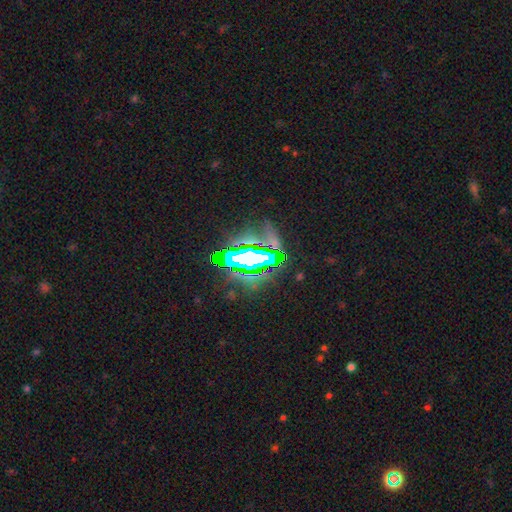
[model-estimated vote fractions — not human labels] Smooth or featured? Predicted: star or artifact (p=0.57).